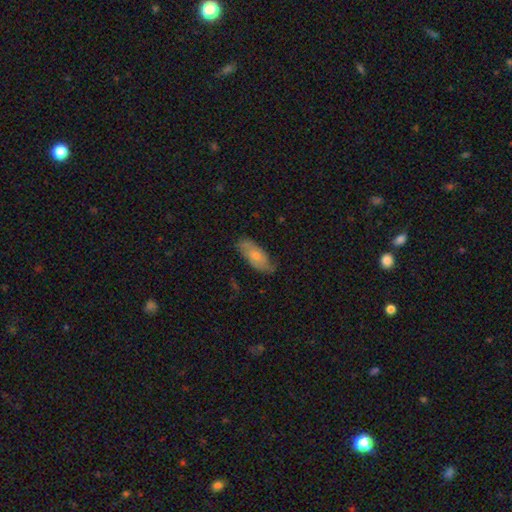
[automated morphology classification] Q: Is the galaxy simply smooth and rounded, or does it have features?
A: smooth — 58%.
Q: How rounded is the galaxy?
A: in between — 84%.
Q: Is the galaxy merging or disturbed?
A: none — 69%.